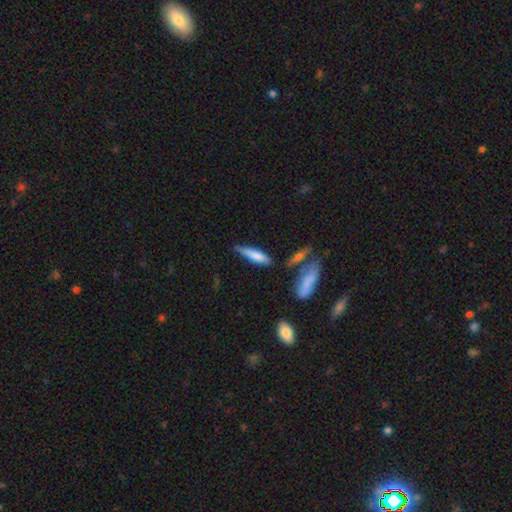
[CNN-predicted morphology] A smooth galaxy with no disk features (71%) that is cigar-shaped (74%). Merging: none (55%).